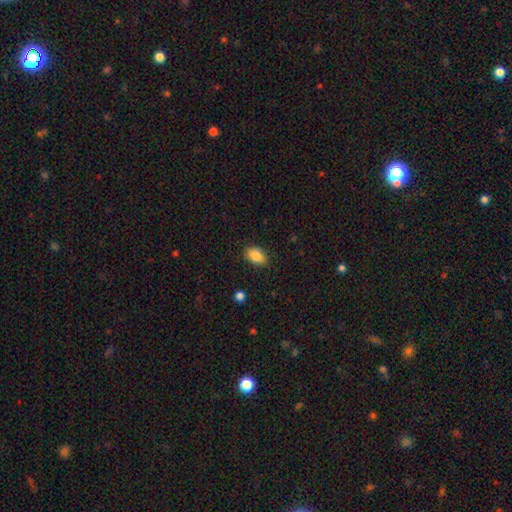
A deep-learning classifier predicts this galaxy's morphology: Q: Smooth or featured?
A: smooth (86%); runner-up: star or artifact (8%)
Q: How rounded?
A: in between (86%); runner-up: round (13%)
Q: Merging?
A: none (83%); runner-up: minor disturbance (13%)